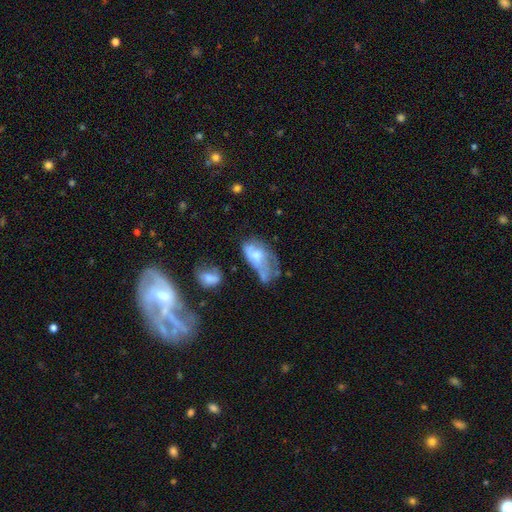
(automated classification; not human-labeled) Morphology: type=smooth (47%); merging=major disturbance (37%).